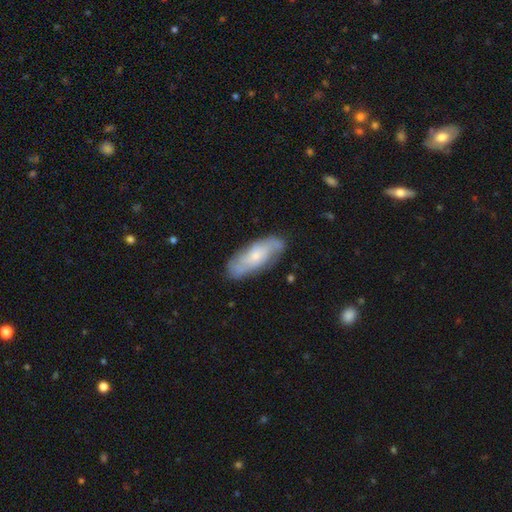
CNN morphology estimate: A featured or disk galaxy (61%) with no bar (71%), spiral arms (85%) and a small central bulge (60%).

Vote fractions:
- Smooth or featured? featured or disk: 61% / smooth: 33% / star or artifact: 6%
- Edge-on disk? no: 88% / yes: 12%
- Bar? no: 71% / weak: 25% / strong: 4%
- Spiral arms? yes: 85% / no: 15%
- Bulge size? small: 60% / moderate: 32% / none: 4% / large: 3% / dominant: 1%
- Merging? none: 77% / minor disturbance: 17% / major disturbance: 4% / merger: 2%